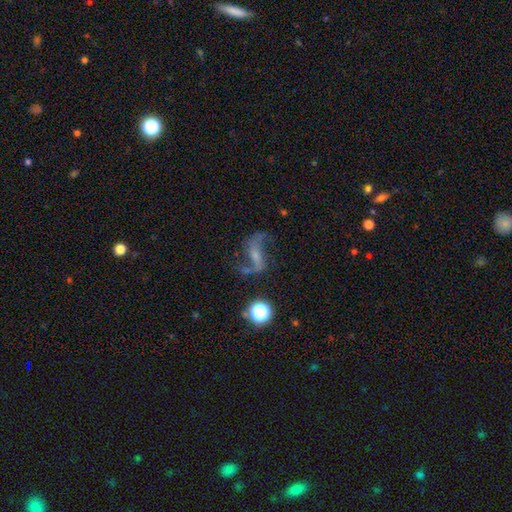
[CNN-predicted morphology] Smooth or featured? Predicted: featured or disk (p=0.79). Edge-on disk? Predicted: no (p=0.95). Bar? Predicted: weak (p=0.41). Spiral arms? Predicted: yes (p=0.94). Spiral winding? Predicted: loose (p=0.81). Spiral arm count? Predicted: 2 (p=0.91). Bulge size? Predicted: small (p=0.48). Merging? Predicted: none (p=0.67).